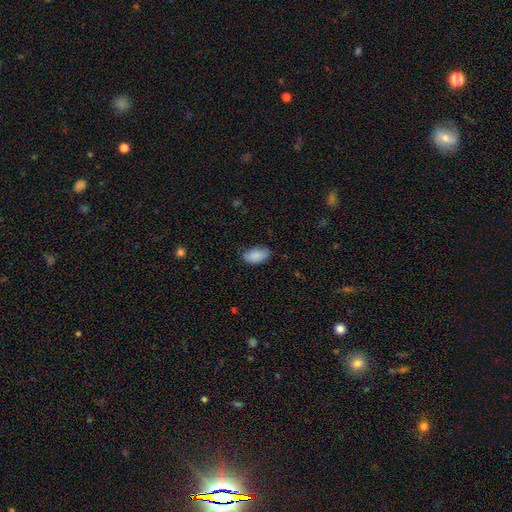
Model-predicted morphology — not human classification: A smooth galaxy with no disk features (89%) that is in between round and cigar-shaped (94%).

Vote fractions:
- Smooth or featured? smooth: 89% / star or artifact: 6% / featured or disk: 5%
- How rounded? in between: 94% / round: 4% / cigar-shaped: 2%
- Merging? none: 76% / minor disturbance: 20% / major disturbance: 3% / merger: 1%